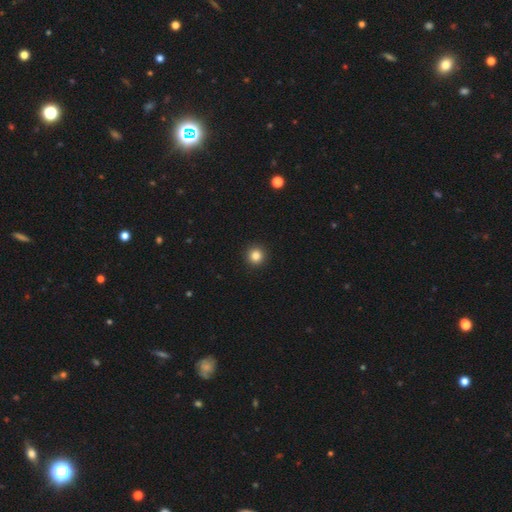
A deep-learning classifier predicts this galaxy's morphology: The model was most divided on "smooth or featured": smooth: 84%, star or artifact: 12%, featured or disk: 4%. More confident: how rounded — round (95%); merging — none (94%).